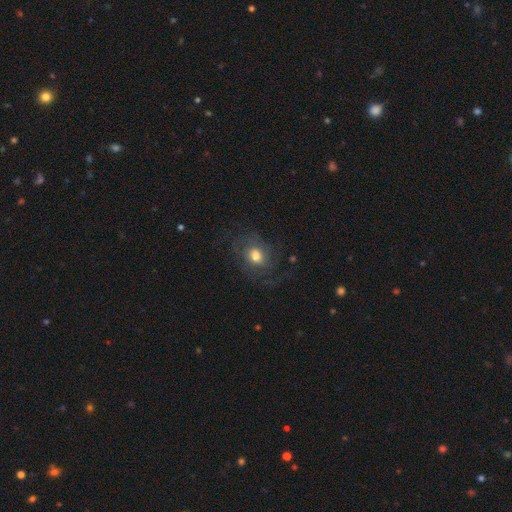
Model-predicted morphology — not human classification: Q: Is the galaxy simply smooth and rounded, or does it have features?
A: featured or disk — 59%.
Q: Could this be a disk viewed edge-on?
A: no — 96%.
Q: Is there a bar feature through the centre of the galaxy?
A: no — 72%.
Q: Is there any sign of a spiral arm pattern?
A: yes — 84%.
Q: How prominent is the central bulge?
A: moderate — 60%.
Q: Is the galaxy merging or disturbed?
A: none — 63%.